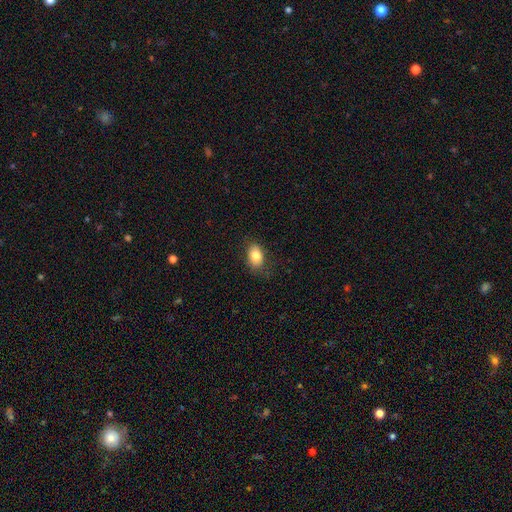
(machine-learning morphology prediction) Smooth or featured? Predicted: smooth (p=0.81). How rounded? Predicted: in between (p=0.83). Merging? Predicted: none (p=0.79).